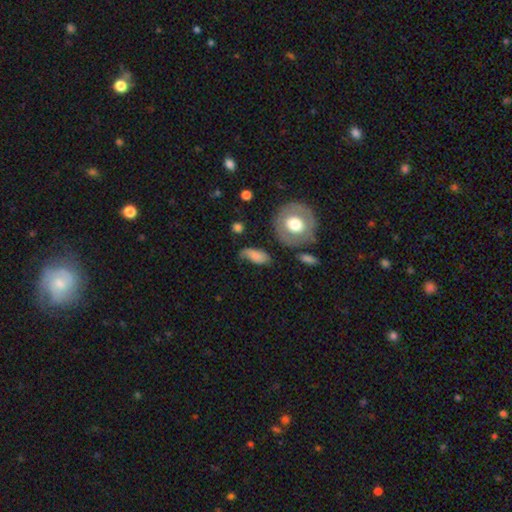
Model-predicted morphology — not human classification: smooth-or-featured: smooth: 64% | featured or disk: 26% | star or artifact: 9%
  how-rounded: in between: 81% | round: 11% | cigar-shaped: 8%
  merging: none: 44% | minor disturbance: 31% | major disturbance: 20% | merger: 5%